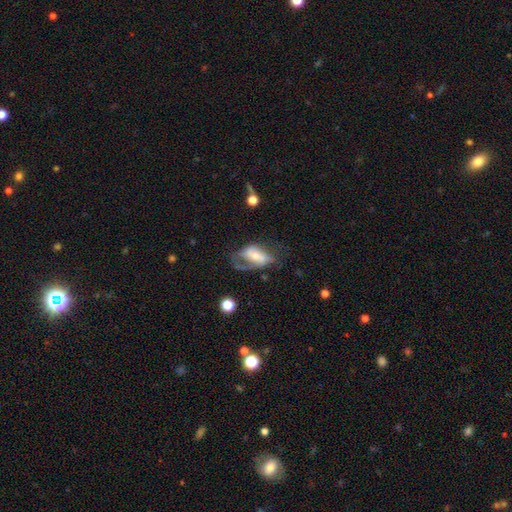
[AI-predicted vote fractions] Q: Smooth or featured?
A: featured or disk (63%); runner-up: smooth (30%)
Q: Edge-on disk?
A: no (94%); runner-up: yes (6%)
Q: Bar?
A: no (43%); runner-up: weak (34%)
Q: Spiral arms?
A: yes (74%); runner-up: no (26%)
Q: Bulge size?
A: small (46%); runner-up: moderate (42%)
Q: Merging?
A: major disturbance (40%); runner-up: none (34%)